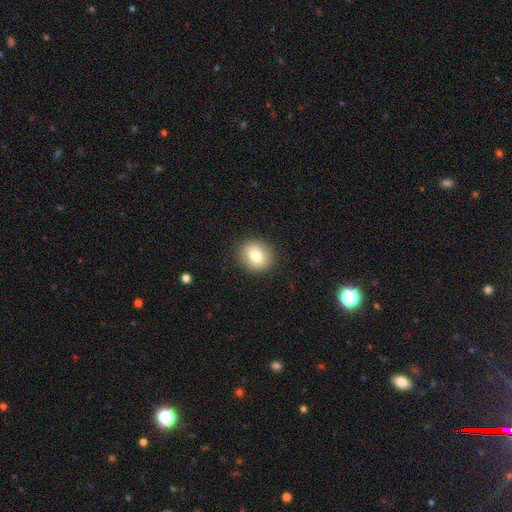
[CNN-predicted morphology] Q: Smooth or featured?
A: smooth (79%); runner-up: featured or disk (12%)
Q: How rounded?
A: round (71%); runner-up: in between (28%)
Q: Merging?
A: none (90%); runner-up: minor disturbance (7%)